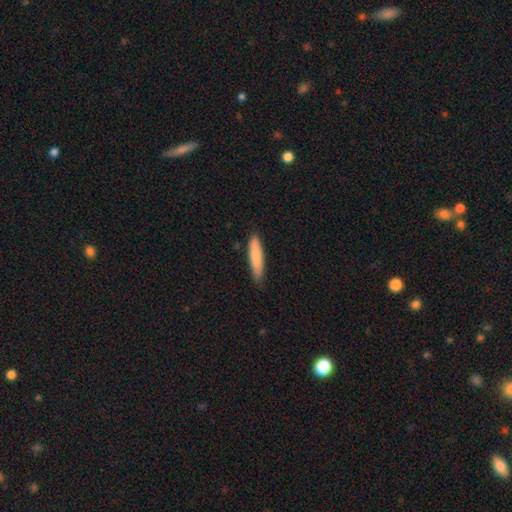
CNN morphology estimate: smooth-or-featured: smooth: 83% | featured or disk: 11% | star or artifact: 6%
  how-rounded: cigar-shaped: 86% | in between: 13% | round: 1%
  merging: none: 84% | minor disturbance: 13% | major disturbance: 2% | merger: 1%